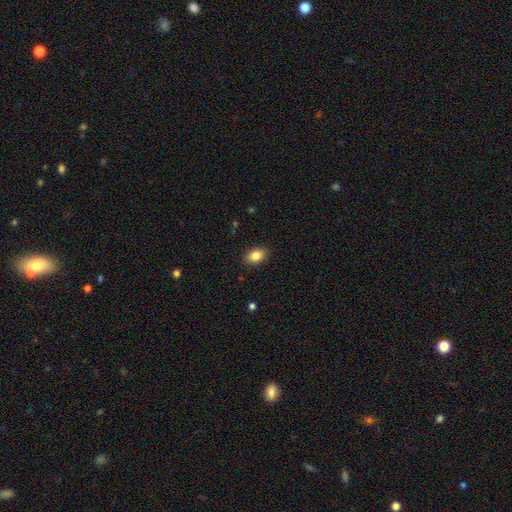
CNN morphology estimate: Smooth or featured? smooth (85%)
How rounded? in between (83%)
Merging? none (89%)